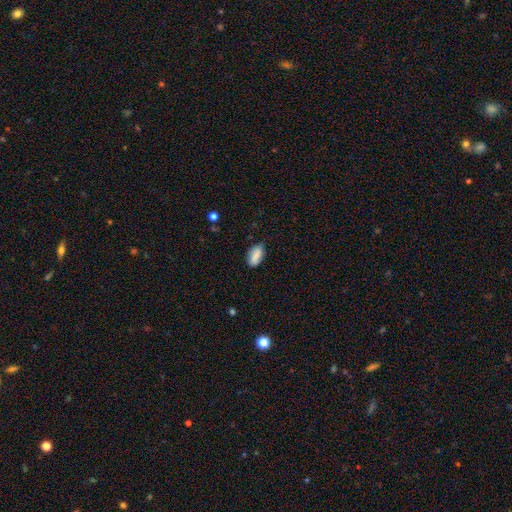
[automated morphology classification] type=smooth (83%); roundness=in between (89%); merging=none (72%).